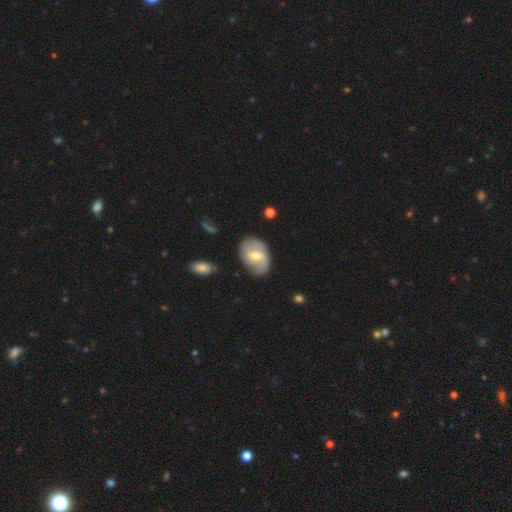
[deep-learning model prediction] featured or disk 57%, smooth 37%, star or artifact 6%. Down the decision tree: edge-on disk — no (95%); bar — weak (52%); spiral arms — yes (69%); bulge size — moderate (70%); merging — none (73%).